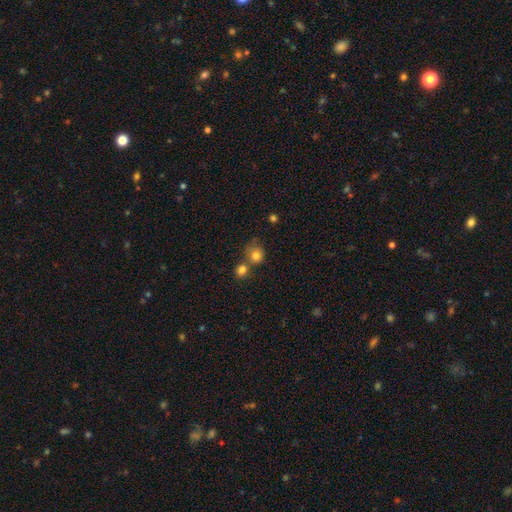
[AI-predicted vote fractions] This appears to be a smooth galaxy with no disk features (79%) that is round (83%). Merging: none (50%).